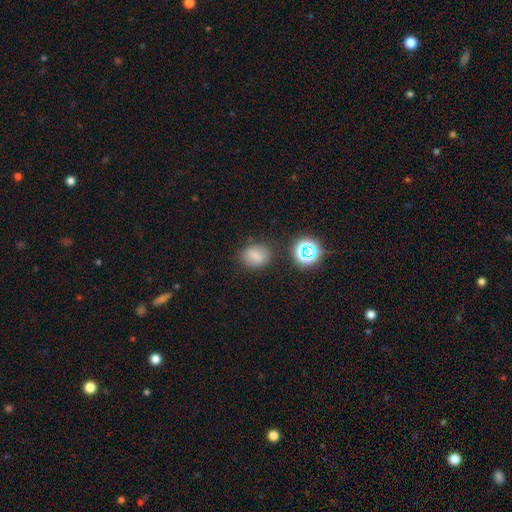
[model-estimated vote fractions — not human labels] smooth-or-featured: smooth: 76% | star or artifact: 15% | featured or disk: 8%
  how-rounded: in between: 55% | round: 44% | cigar-shaped: 1%
  merging: none: 78% | minor disturbance: 14% | major disturbance: 4% | merger: 4%